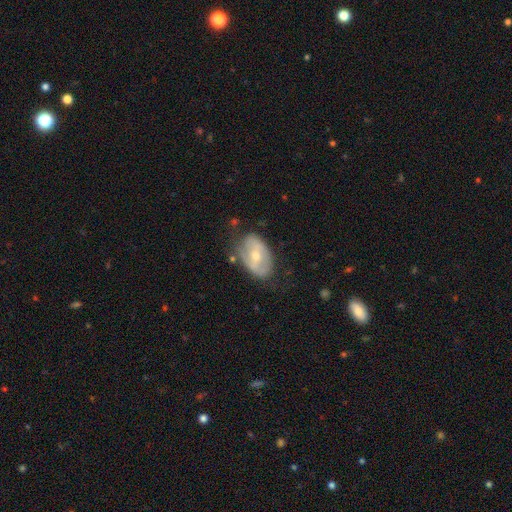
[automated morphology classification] Smooth or featured?
  - featured or disk: 61% *
  - smooth: 32%
  - star or artifact: 6%
Edge-on disk?
  - no: 93% *
  - yes: 7%
Bar?
  - weak: 38% *
  - no: 33%
  - strong: 29%
Spiral arms?
  - no: 51% *
  - yes: 49%
Bulge size?
  - moderate: 51% *
  - small: 46%
  - large: 2%
  - none: 1%
  - dominant: 1%
Merging?
  - none: 63% *
  - minor disturbance: 25%
  - major disturbance: 9%
  - merger: 3%